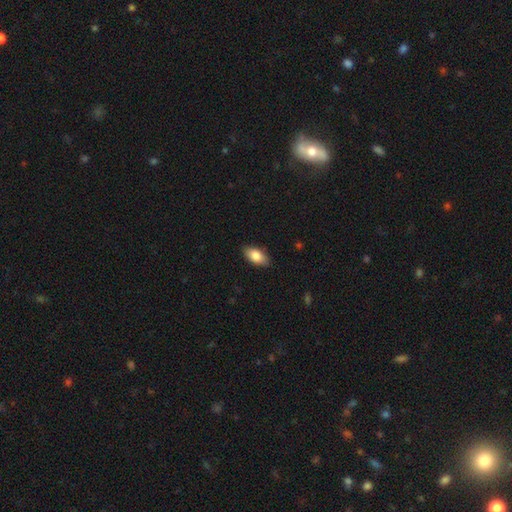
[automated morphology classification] type=smooth (81%); roundness=in between (91%); merging=none (87%).